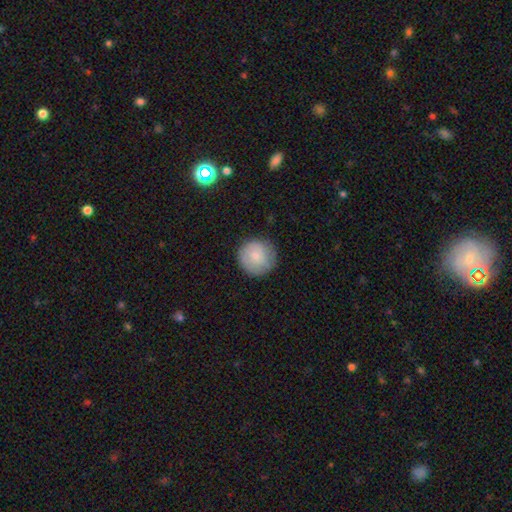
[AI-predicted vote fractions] smooth-or-featured: smooth: 80% | featured or disk: 13% | star or artifact: 7%
  how-rounded: round: 96% | in between: 3% | cigar-shaped: 1%
  merging: none: 83% | minor disturbance: 13% | major disturbance: 3% | merger: 1%